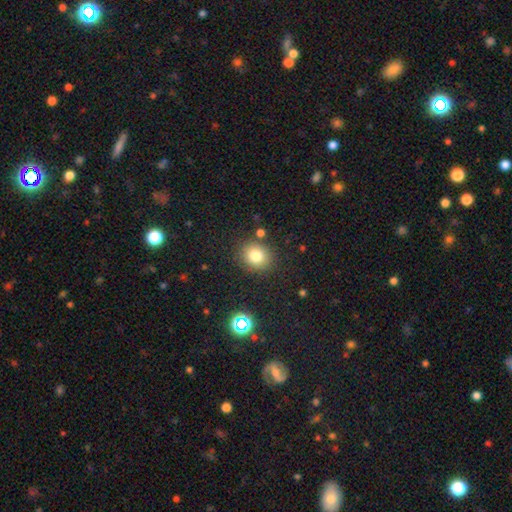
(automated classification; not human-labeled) Smooth or featured? Predicted: smooth (p=0.78). How rounded? Predicted: round (p=0.78). Merging? Predicted: none (p=0.83).